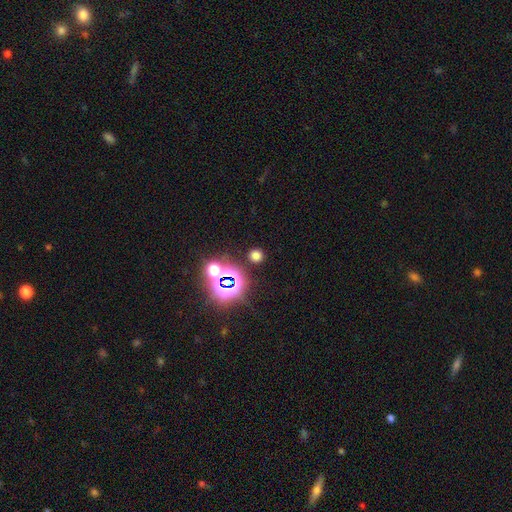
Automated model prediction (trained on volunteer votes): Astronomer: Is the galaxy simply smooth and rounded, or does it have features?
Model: smooth — 63%.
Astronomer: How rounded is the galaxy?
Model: round — 89%.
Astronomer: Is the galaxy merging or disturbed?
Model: none — 86%.